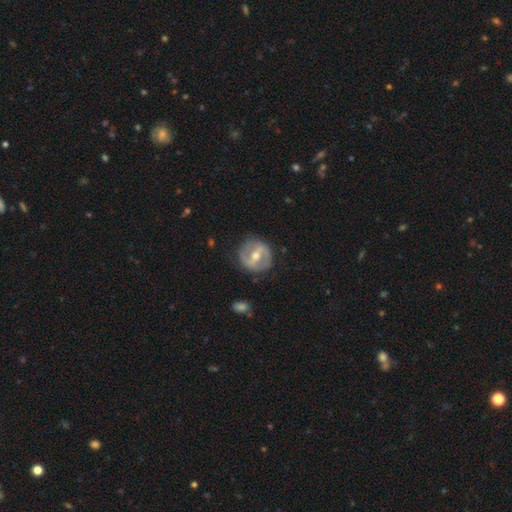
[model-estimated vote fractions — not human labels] This is likely a featured or disk galaxy (77%). It is clearly not viewed edge-on (96%). Bar: possibly strong (54%). Spiral arm pattern: likely yes (71%). Spiral arm count: clearly 2 (85%). Spiral winding: marginally medium (43%). Central bulge: likely moderate (64%). Merging: clearly none (83%).